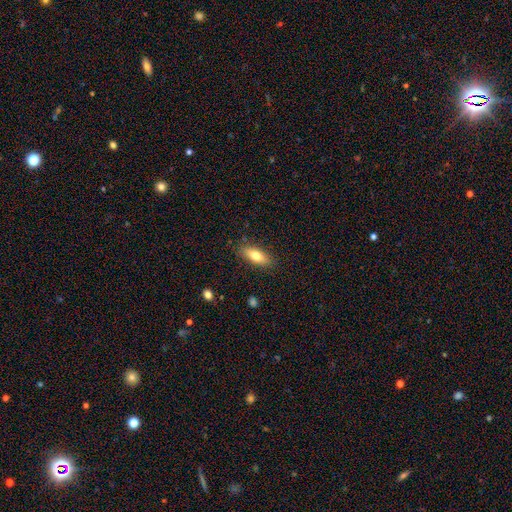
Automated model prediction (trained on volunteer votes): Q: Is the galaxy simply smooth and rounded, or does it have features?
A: smooth — 75%.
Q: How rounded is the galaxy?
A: in between — 72%.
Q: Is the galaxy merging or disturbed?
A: none — 86%.